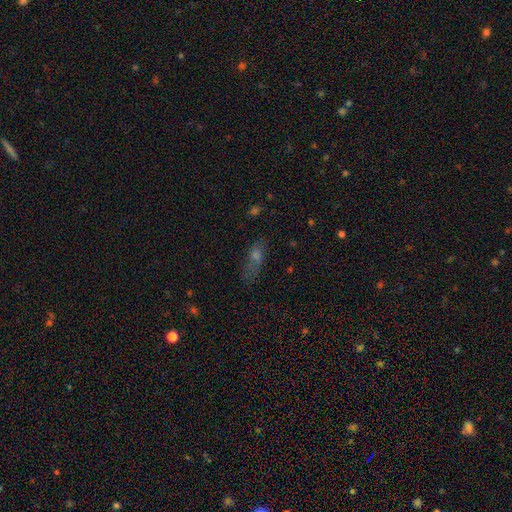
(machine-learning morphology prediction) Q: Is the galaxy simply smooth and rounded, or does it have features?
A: smooth — 54%.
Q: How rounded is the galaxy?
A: in between — 56%.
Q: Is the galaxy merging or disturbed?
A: none — 54%.